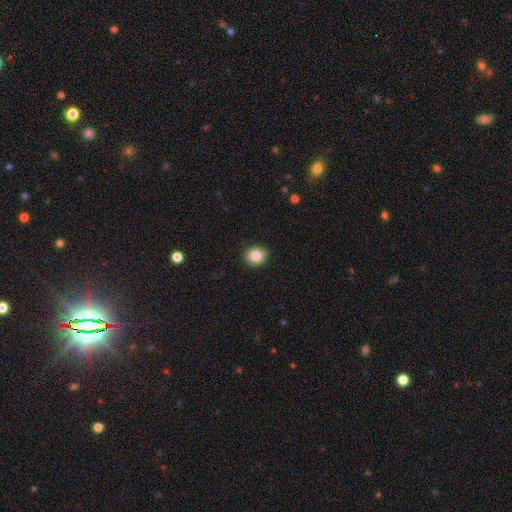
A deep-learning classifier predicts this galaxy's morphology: type=smooth (84%); roundness=round (73%); merging=none (92%).